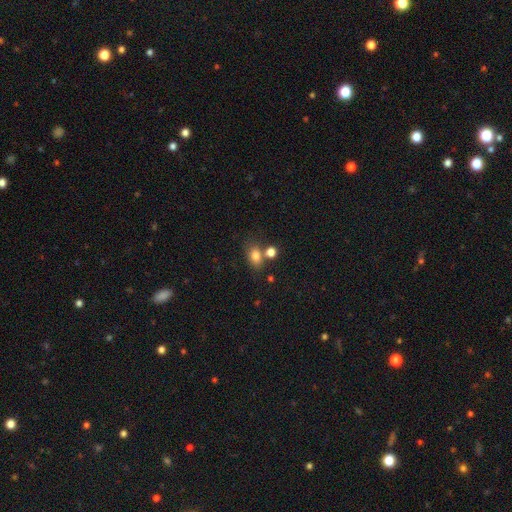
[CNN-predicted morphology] smooth-or-featured: smooth: 79% | star or artifact: 12% | featured or disk: 9%
  how-rounded: in between: 68% | round: 30% | cigar-shaped: 2%
  merging: none: 58% | merger: 24% | minor disturbance: 13% | major disturbance: 5%